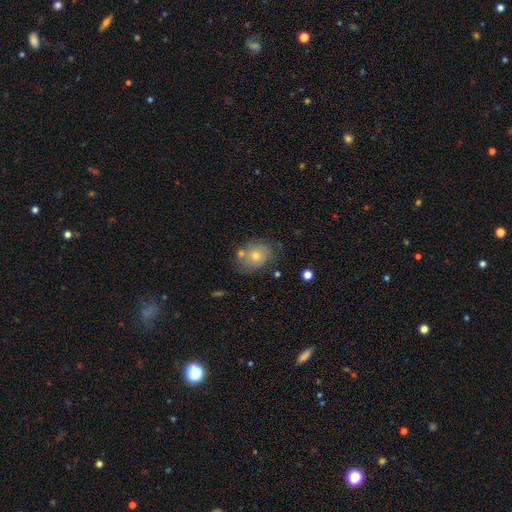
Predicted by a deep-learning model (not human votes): Smooth or featured? Predicted: smooth (p=0.67). How rounded? Predicted: in between (p=0.59). Merging? Predicted: none (p=0.61).